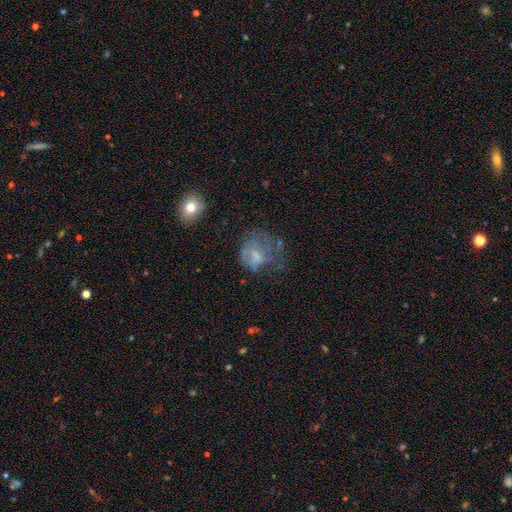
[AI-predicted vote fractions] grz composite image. It shows a featured or disk galaxy (44%). Merging: major disturbance (41%).